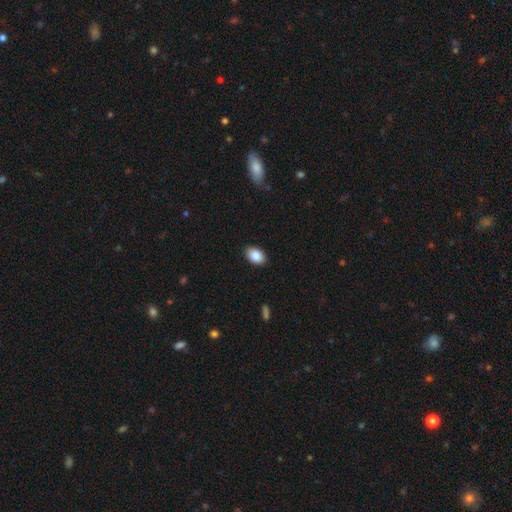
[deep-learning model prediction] Overall: smooth (87%). How rounded: in between (87%). Merging: none (89%).